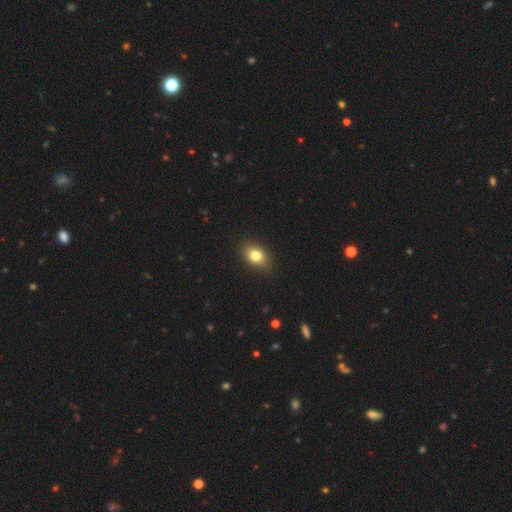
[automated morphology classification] The model was most divided on "how rounded": in between: 77%, round: 21%, cigar-shaped: 2%. More confident: merging — none (86%); smooth or featured — smooth (81%).